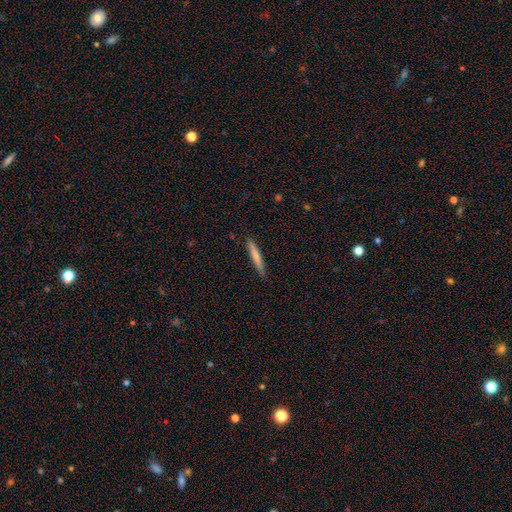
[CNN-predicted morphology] Overall: smooth (69%). How rounded: cigar-shaped (95%). Merging: none (87%).